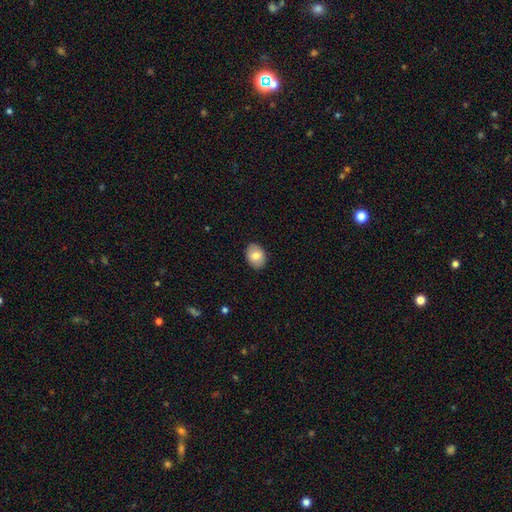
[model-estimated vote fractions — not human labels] Morphology: type=smooth (79%); roundness=in between (70%); merging=none (89%).